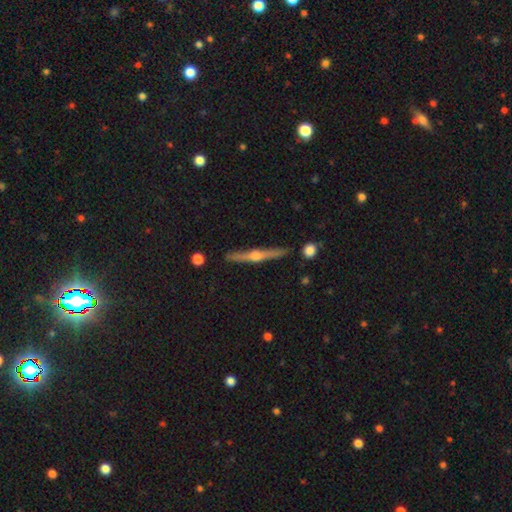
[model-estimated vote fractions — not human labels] A featured or disk galaxy (80%) viewed edge-on (98%) with a rounded central bulge (92%). Merging: none (90%).